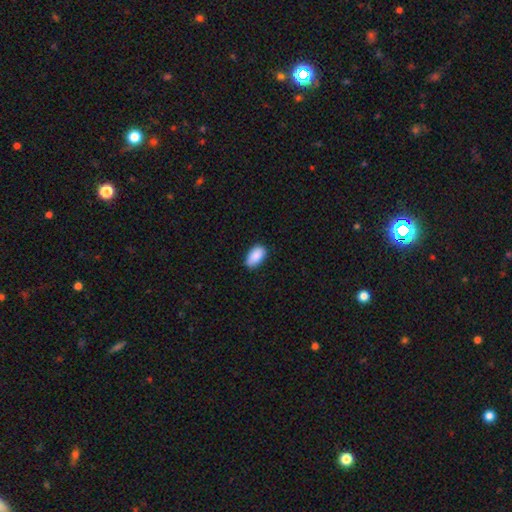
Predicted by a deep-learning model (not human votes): smooth-or-featured: smooth: 90% | star or artifact: 7% | featured or disk: 4%
  how-rounded: in between: 94% | round: 3% | cigar-shaped: 3%
  merging: none: 82% | minor disturbance: 15% | major disturbance: 2% | merger: 1%